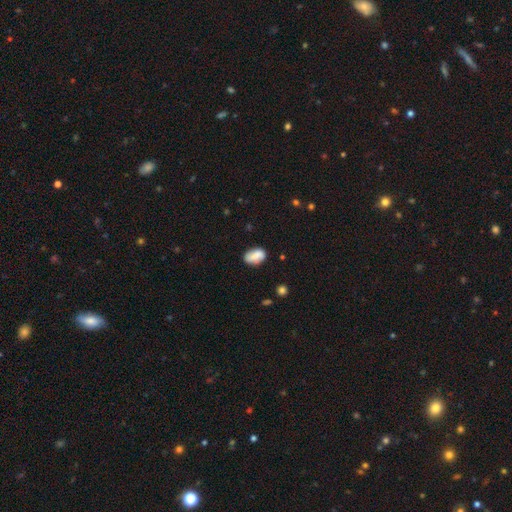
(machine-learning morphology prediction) This appears to be a smooth galaxy with no disk features (78%) that is in between round and cigar-shaped (88%). Merging: none (75%).